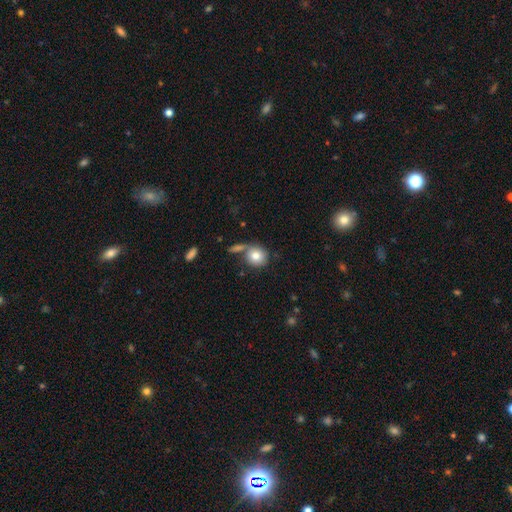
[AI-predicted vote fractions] Overall: smooth (79%). How rounded: round (84%). Merging: none (58%; merger 21%).